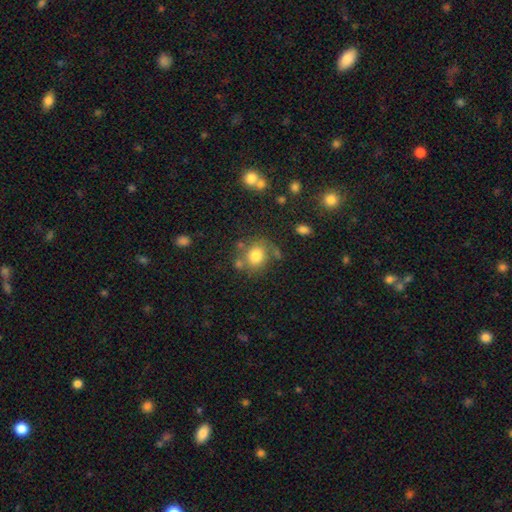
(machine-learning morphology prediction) A smooth galaxy with no disk features (77%) that is round (77%).

Vote fractions:
- Smooth or featured? smooth: 77% / star or artifact: 11% / featured or disk: 11%
- How rounded? round: 77% / in between: 22% / cigar-shaped: 1%
- Merging? none: 65% / minor disturbance: 15% / merger: 13% / major disturbance: 7%